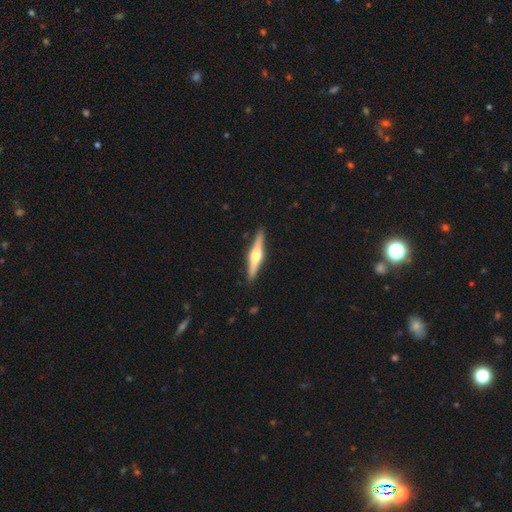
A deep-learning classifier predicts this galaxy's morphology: type=featured or disk (66%); edge-on=yes (97%); edge-on bulge=rounded (92%); merging=none (91%).